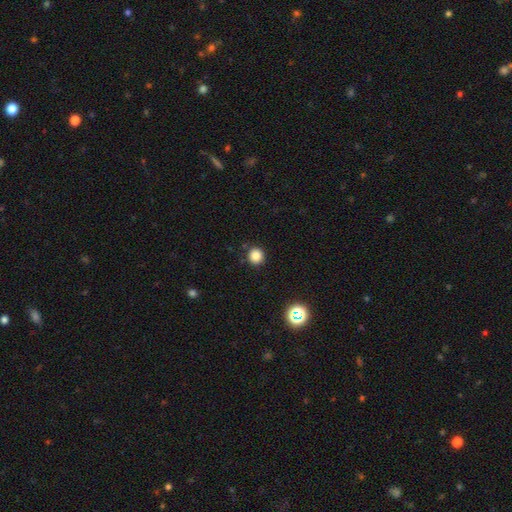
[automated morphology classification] Q: Smooth or featured?
A: smooth (84%); runner-up: star or artifact (12%)
Q: How rounded?
A: round (92%); runner-up: in between (8%)
Q: Merging?
A: none (89%); runner-up: minor disturbance (7%)